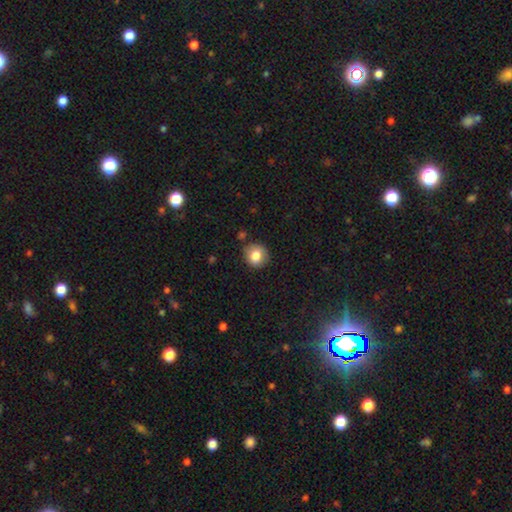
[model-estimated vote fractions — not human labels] Q: Smooth or featured?
A: smooth (82%); runner-up: star or artifact (9%)
Q: How rounded?
A: round (87%); runner-up: in between (12%)
Q: Merging?
A: none (85%); runner-up: minor disturbance (11%)